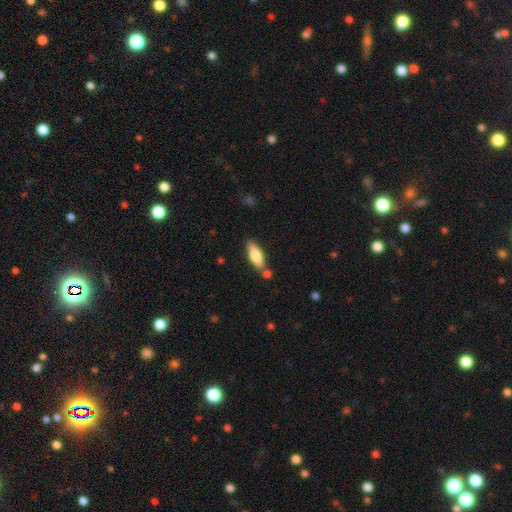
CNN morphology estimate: smooth 72%, featured or disk 22%, star or artifact 6%. Down the decision tree: how rounded — in between (62%); merging — none (72%).